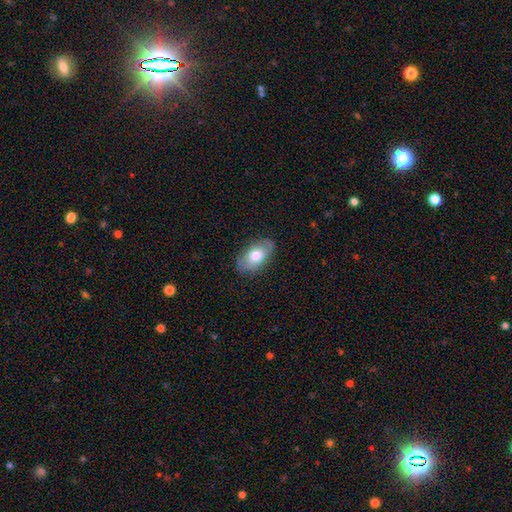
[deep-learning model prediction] Smooth or featured?
  - smooth: 72% *
  - featured or disk: 22%
  - star or artifact: 6%
How rounded?
  - in between: 93% *
  - round: 5%
  - cigar-shaped: 2%
Merging?
  - none: 83% *
  - minor disturbance: 13%
  - major disturbance: 3%
  - merger: 1%